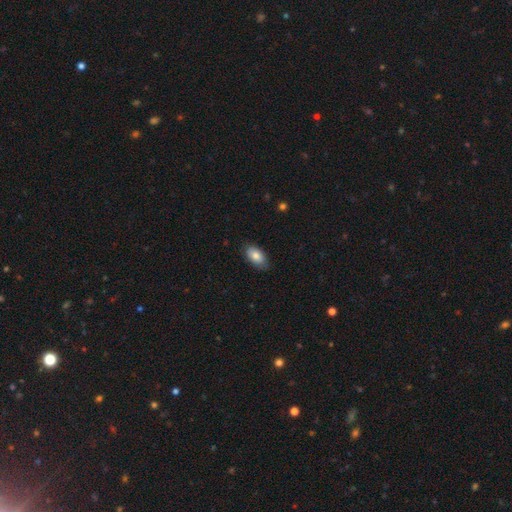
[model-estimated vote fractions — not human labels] smooth 82%, featured or disk 12%, star or artifact 6%. Down the decision tree: how rounded — in between (94%); merging — none (83%).